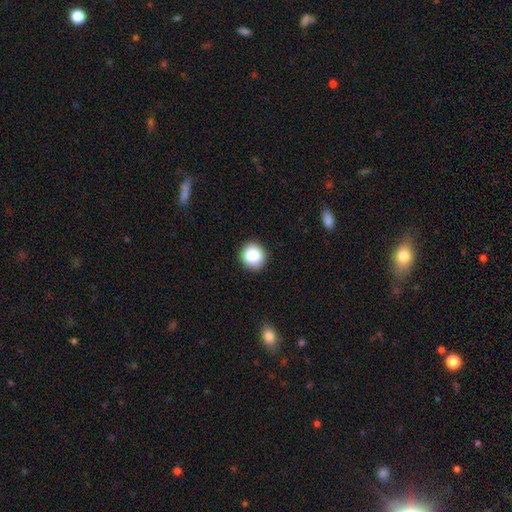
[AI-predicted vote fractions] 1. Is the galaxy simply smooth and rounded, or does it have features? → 86% smooth, 9% star or artifact, 4% featured or disk.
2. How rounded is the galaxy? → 90% round, 9% in between, 1% cigar-shaped.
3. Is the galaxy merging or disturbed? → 91% none, 6% minor disturbance, 2% major disturbance, 1% merger.